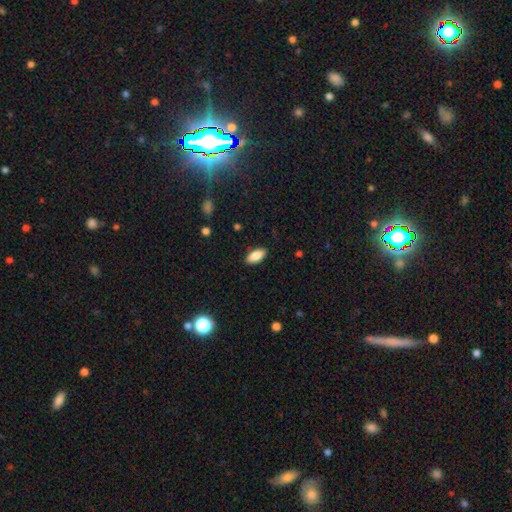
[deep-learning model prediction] Smooth or featured: smooth — 86% (featured or disk — 8%)
How rounded: in between — 87% (cigar-shaped — 11%)
Merging: none — 88% (minor disturbance — 9%)